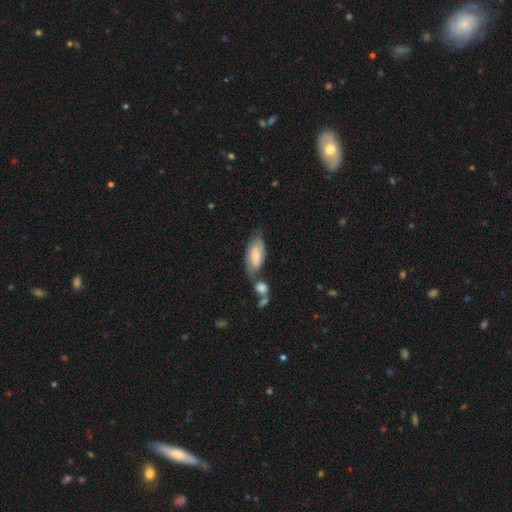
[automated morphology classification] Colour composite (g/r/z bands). It shows a smooth galaxy with no disk features (54%) that is in between round and cigar-shaped (84%). Merging: merger (40%).